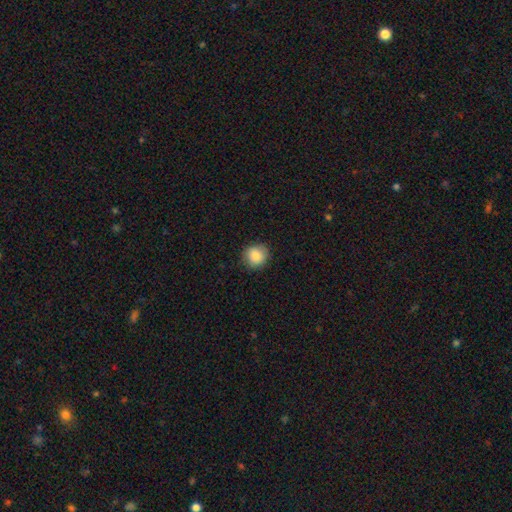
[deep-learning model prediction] This is clearly a smooth galaxy (87%). How rounded: clearly round (89%). Merging: clearly none (86%).